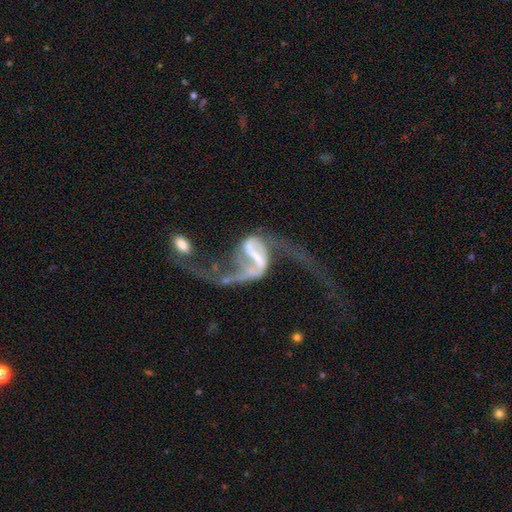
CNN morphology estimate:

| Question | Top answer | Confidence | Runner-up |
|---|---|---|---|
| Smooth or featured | featured or disk | 88% | star or artifact (6%) |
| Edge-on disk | no | 97% | yes (3%) |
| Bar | strong | 55% | weak (30%) |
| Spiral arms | yes | 90% | no (10%) |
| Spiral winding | loose | 88% | medium (9%) |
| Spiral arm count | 2 | 87% | 1 (8%) |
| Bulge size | none | 50% | small (27%) |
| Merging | major disturbance | 36% | none (28%) |